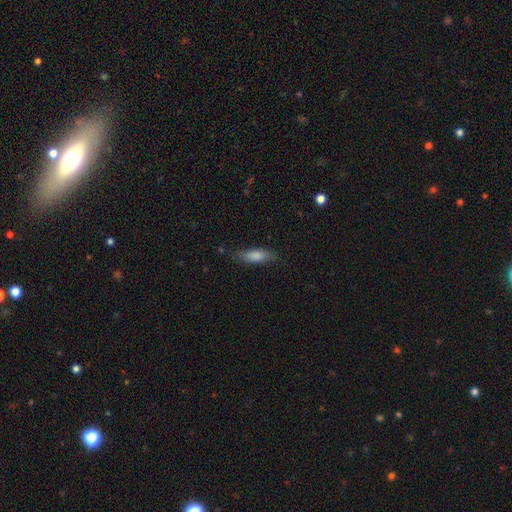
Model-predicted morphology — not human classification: Q: Smooth or featured?
A: smooth (82%); runner-up: featured or disk (12%)
Q: How rounded?
A: in between (55%); runner-up: cigar-shaped (43%)
Q: Merging?
A: none (77%); runner-up: minor disturbance (17%)